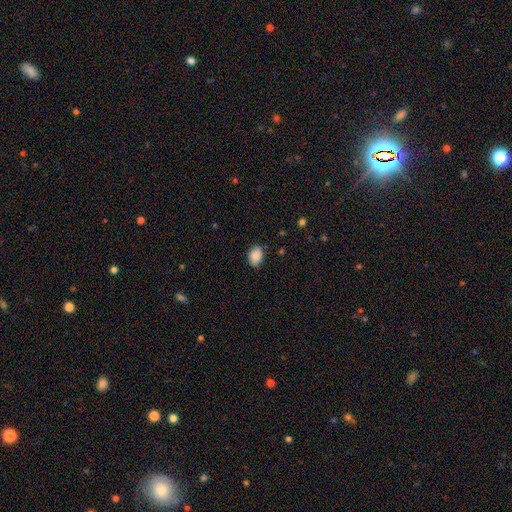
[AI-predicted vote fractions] Morphology: type=smooth (88%); roundness=in between (77%); merging=none (82%).